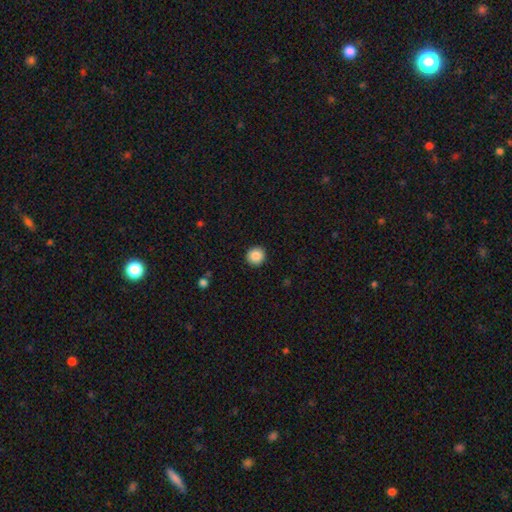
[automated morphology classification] smooth 88%, star or artifact 9%, featured or disk 4%. Down the decision tree: how rounded — round (94%); merging — none (92%).